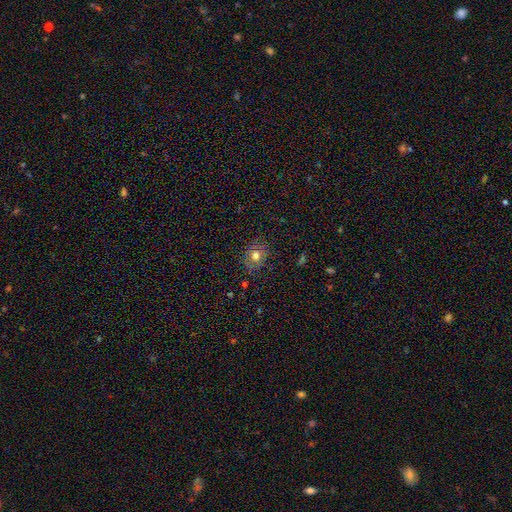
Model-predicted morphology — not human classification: smooth 65%, featured or disk 19%, star or artifact 16%. Down the decision tree: how rounded — round (53%); merging — none (78%).